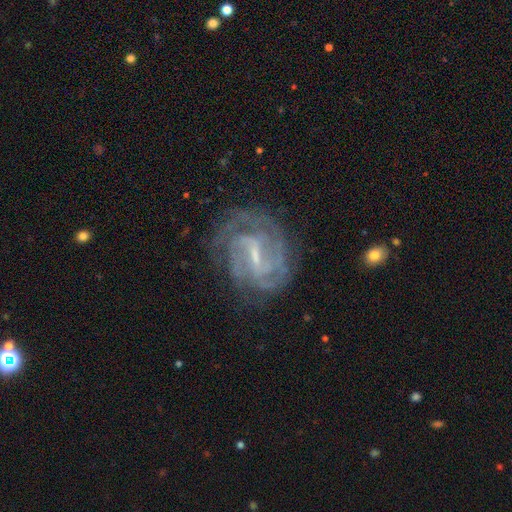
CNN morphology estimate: Smooth or featured? Predicted: featured or disk (p=0.87). Edge-on disk? Predicted: no (p=0.97). Bar? Predicted: weak (p=0.46). Spiral arms? Predicted: yes (p=0.96). Spiral winding? Predicted: tight (p=0.56). Spiral arm count? Predicted: 2 (p=0.28). Bulge size? Predicted: small (p=0.60). Merging? Predicted: none (p=0.72).